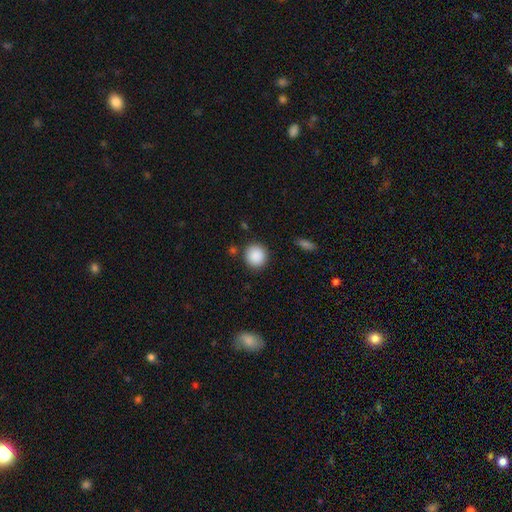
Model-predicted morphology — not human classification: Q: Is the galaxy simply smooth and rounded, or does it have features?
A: smooth — 89%.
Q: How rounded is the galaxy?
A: round — 90%.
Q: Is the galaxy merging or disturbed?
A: none — 87%.